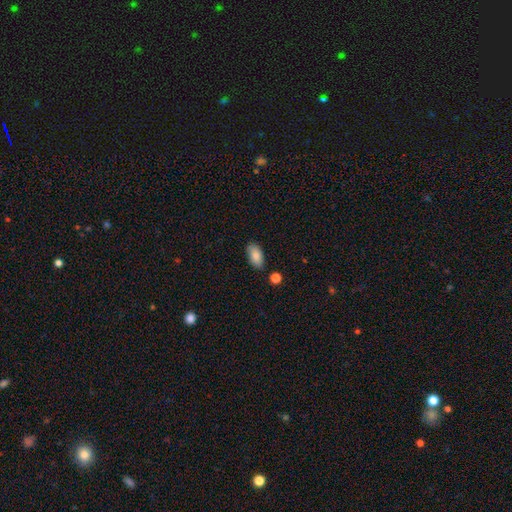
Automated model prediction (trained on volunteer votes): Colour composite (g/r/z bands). It shows a smooth galaxy with no disk features (86%) that is in between round and cigar-shaped (93%). Merging: none (81%).